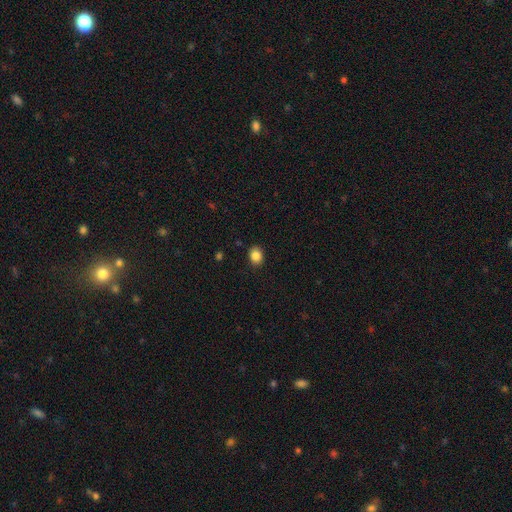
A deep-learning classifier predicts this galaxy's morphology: This is clearly a smooth galaxy (86%). How rounded: possibly round (50%). Merging: clearly none (88%).